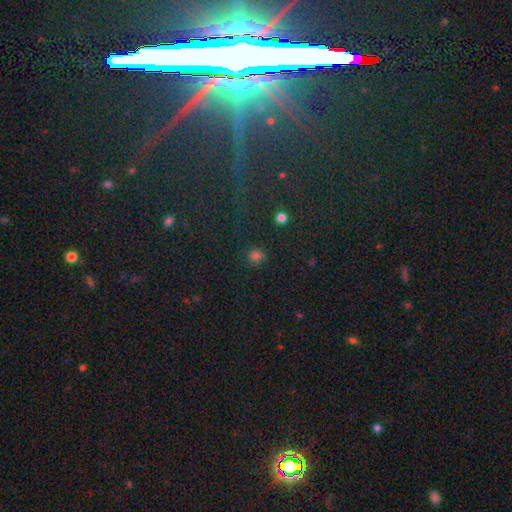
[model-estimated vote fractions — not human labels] A smooth galaxy with no disk features (75%) that is round (78%).

Vote fractions:
- Smooth or featured? smooth: 75% / star or artifact: 20% / featured or disk: 4%
- How rounded? round: 78% / in between: 21% / cigar-shaped: 1%
- Merging? none: 85% / minor disturbance: 10% / major disturbance: 3% / merger: 2%